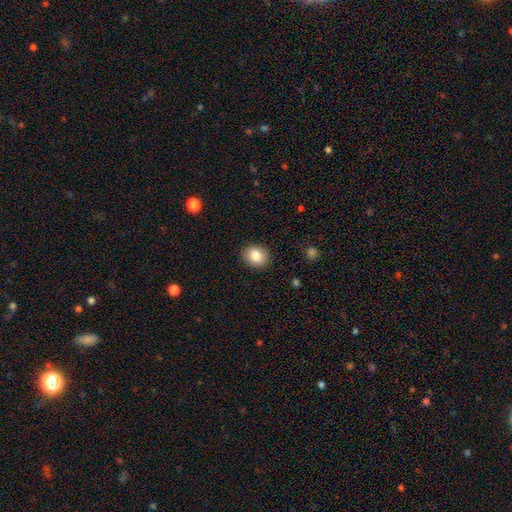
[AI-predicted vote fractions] A smooth galaxy with no disk features (85%) that is round (61%). Merging: none (89%).